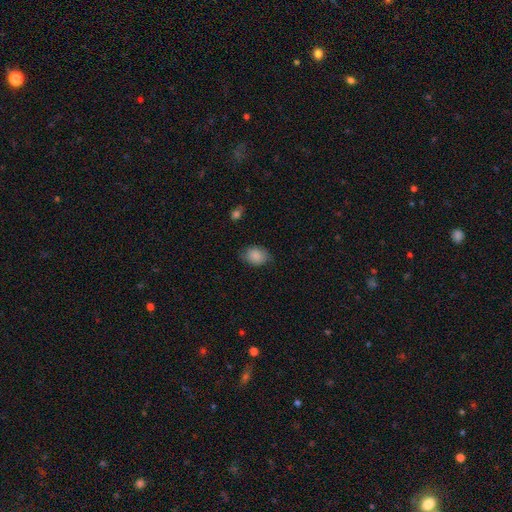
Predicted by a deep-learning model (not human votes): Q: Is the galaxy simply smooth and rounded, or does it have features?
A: smooth — 87%.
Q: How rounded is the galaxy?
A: in between — 68%.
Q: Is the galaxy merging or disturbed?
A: none — 76%.